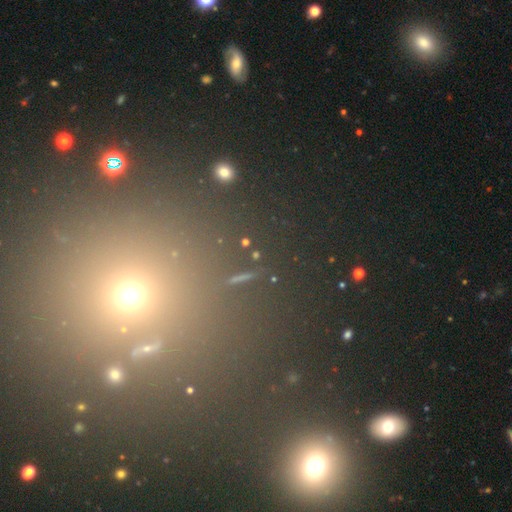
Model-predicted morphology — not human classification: smooth_or_featured: star or artifact (p=0.62) [alt: smooth p=0.29]